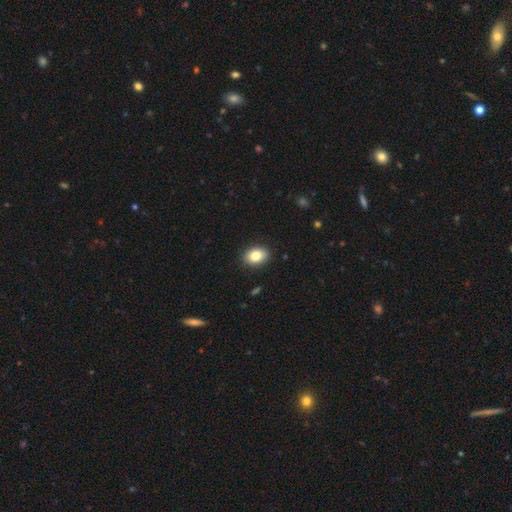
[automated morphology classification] This appears to be a smooth galaxy with no disk features (83%) that is in between round and cigar-shaped (78%). Merging: none (90%).